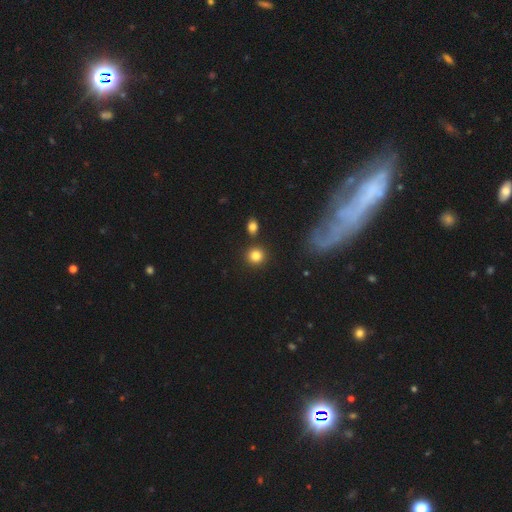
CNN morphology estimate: smooth_or_featured: smooth (p=0.83) [alt: star or artifact p=0.11]
how_rounded: round (p=0.90) [alt: in between p=0.08]
merging: none (p=0.84) [alt: minor disturbance p=0.07]